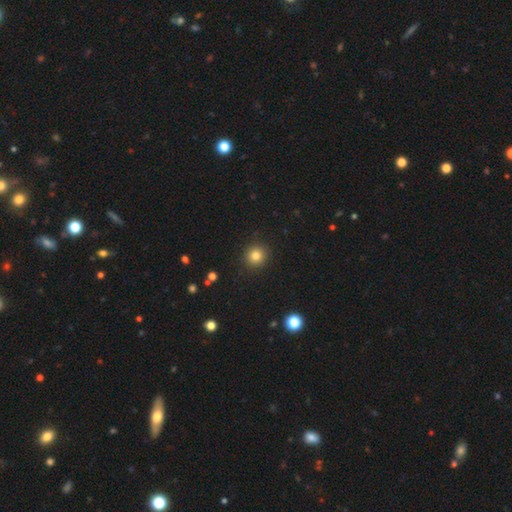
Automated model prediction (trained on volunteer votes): Smooth or featured?
  - smooth: 82% *
  - star or artifact: 12%
  - featured or disk: 6%
How rounded?
  - round: 91% *
  - in between: 8%
  - cigar-shaped: 1%
Merging?
  - none: 91% *
  - minor disturbance: 5%
  - major disturbance: 2%
  - merger: 1%